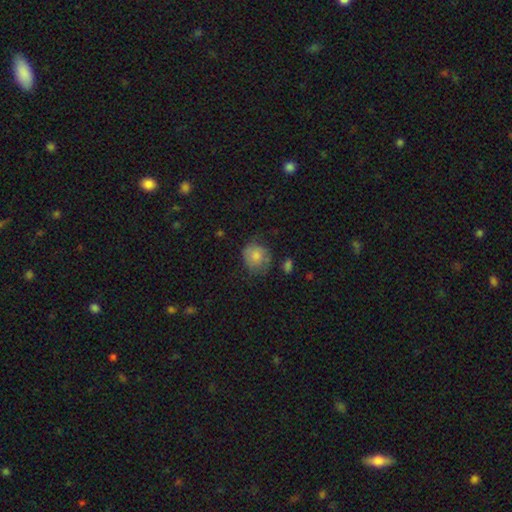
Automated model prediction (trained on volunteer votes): This appears to be a smooth galaxy with no disk features (76%) that is round (77%). Merging: none (57%).